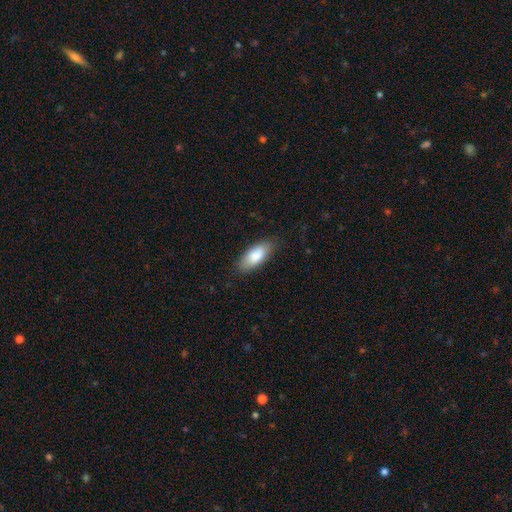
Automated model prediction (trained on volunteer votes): Smooth or featured? Predicted: smooth (p=0.85). How rounded? Predicted: in between (p=0.83). Merging? Predicted: none (p=0.82).